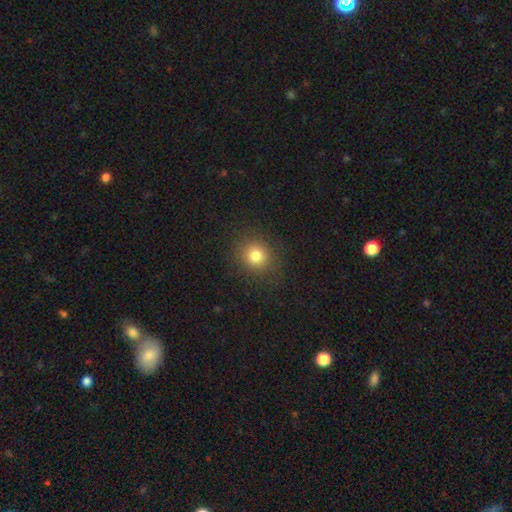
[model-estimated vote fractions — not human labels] smooth-or-featured: smooth: 81% | star or artifact: 13% | featured or disk: 6%
  how-rounded: round: 84% | in between: 15% | cigar-shaped: 1%
  merging: none: 88% | minor disturbance: 7% | major disturbance: 3% | merger: 1%